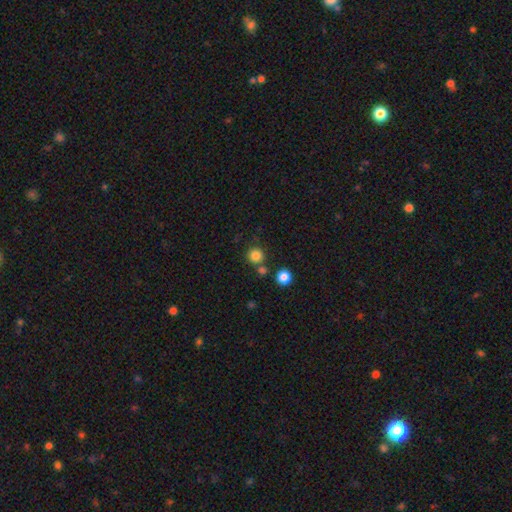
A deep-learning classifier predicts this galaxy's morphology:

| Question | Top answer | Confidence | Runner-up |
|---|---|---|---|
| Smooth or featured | smooth | 83% | star or artifact (12%) |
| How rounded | round | 93% | in between (6%) |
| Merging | none | 76% | merger (13%) |